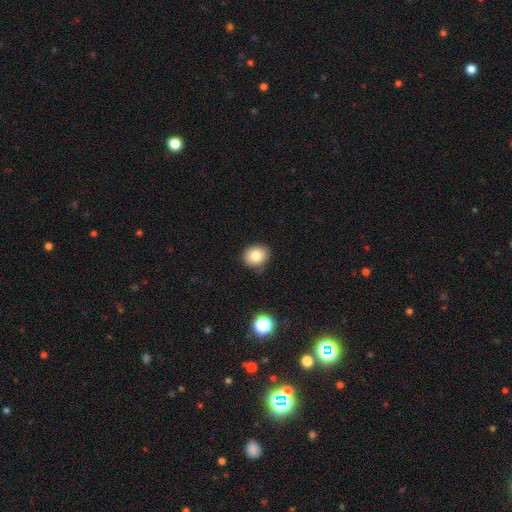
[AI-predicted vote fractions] smooth_or_featured: smooth (p=0.81) [alt: star or artifact p=0.11]
how_rounded: round (p=0.71) [alt: in between p=0.28]
merging: none (p=0.77) [alt: minor disturbance p=0.18]